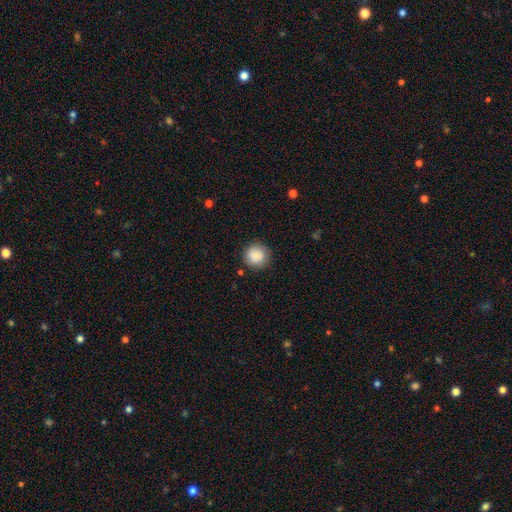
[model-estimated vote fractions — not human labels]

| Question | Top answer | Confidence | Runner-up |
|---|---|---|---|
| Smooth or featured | smooth | 88% | star or artifact (8%) |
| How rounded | round | 94% | in between (5%) |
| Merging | none | 89% | minor disturbance (8%) |